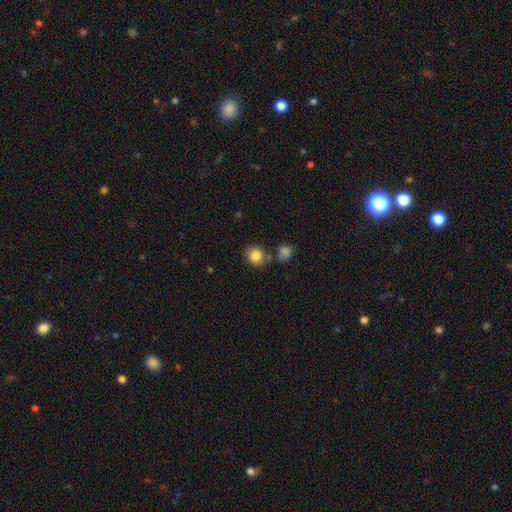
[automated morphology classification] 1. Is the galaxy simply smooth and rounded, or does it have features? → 84% smooth, 9% star or artifact, 7% featured or disk.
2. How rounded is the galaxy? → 84% round, 15% in between, 1% cigar-shaped.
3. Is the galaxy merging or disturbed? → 71% none, 13% merger, 12% minor disturbance, 4% major disturbance.